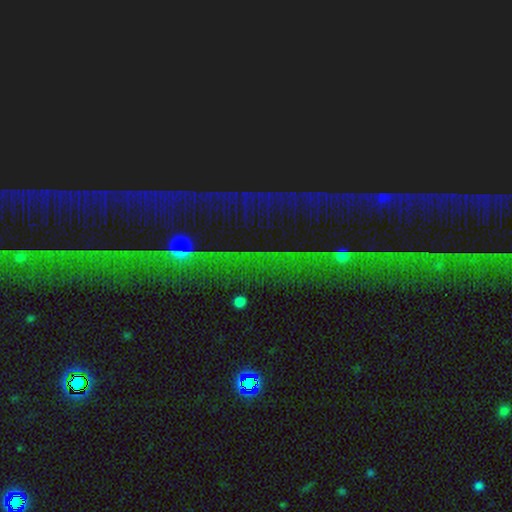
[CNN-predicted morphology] star or artifact 84%, featured or disk 9%, smooth 7%.